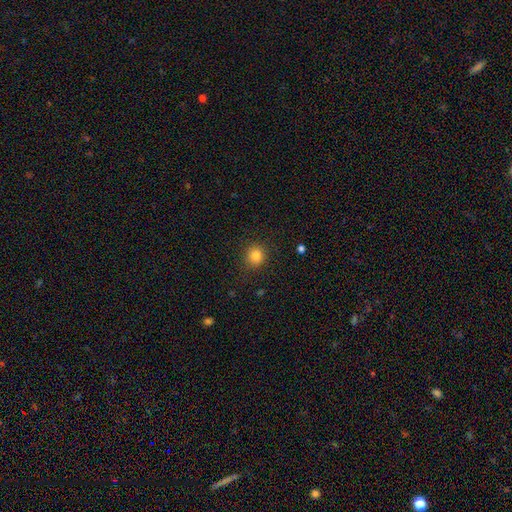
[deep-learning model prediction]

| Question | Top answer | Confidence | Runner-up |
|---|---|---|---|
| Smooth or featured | smooth | 83% | star or artifact (12%) |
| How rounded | round | 87% | in between (12%) |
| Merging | none | 88% | minor disturbance (8%) |